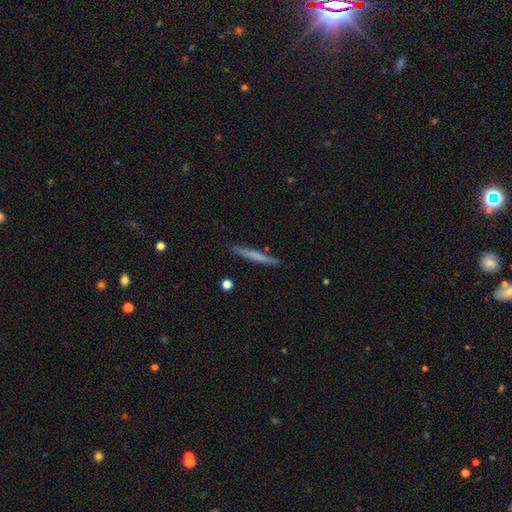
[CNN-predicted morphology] type=smooth (57%); roundness=cigar-shaped (97%); merging=none (90%).